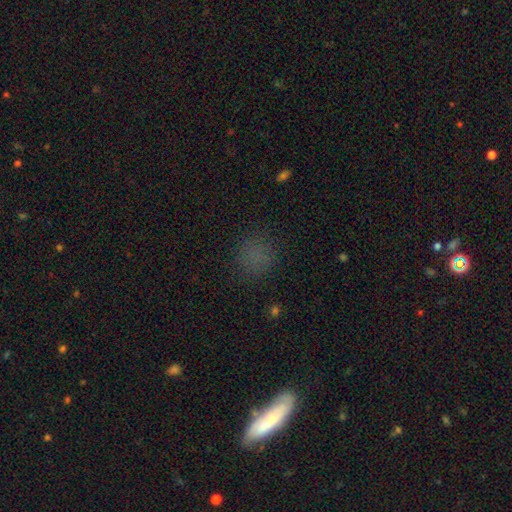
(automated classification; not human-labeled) Q: Smooth or featured?
A: smooth (71%); runner-up: star or artifact (23%)
Q: How rounded?
A: round (85%); runner-up: in between (14%)
Q: Merging?
A: none (83%); runner-up: minor disturbance (11%)